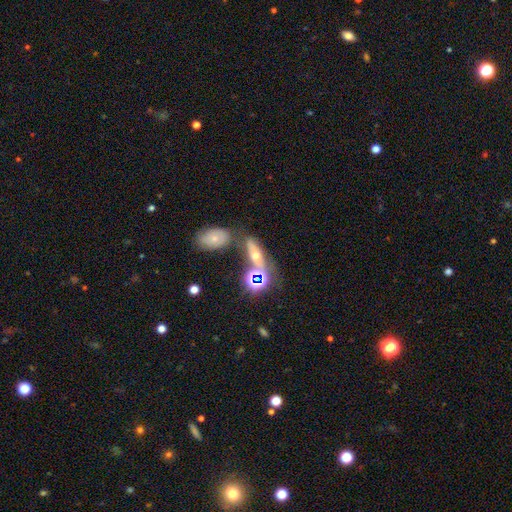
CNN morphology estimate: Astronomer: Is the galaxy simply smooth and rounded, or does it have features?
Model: smooth — 42% (runner-up: featured or disk, 32%).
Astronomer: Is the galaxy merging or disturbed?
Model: none — 57%.